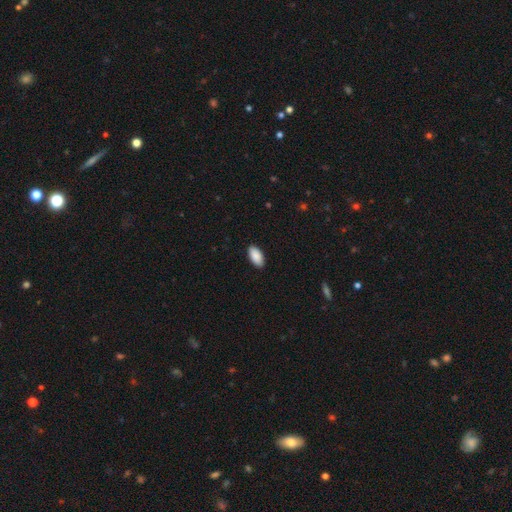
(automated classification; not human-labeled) smooth-or-featured: smooth: 90% | star or artifact: 6% | featured or disk: 4%
  how-rounded: in between: 95% | cigar-shaped: 4% | round: 2%
  merging: none: 89% | minor disturbance: 8% | major disturbance: 2% | merger: 1%